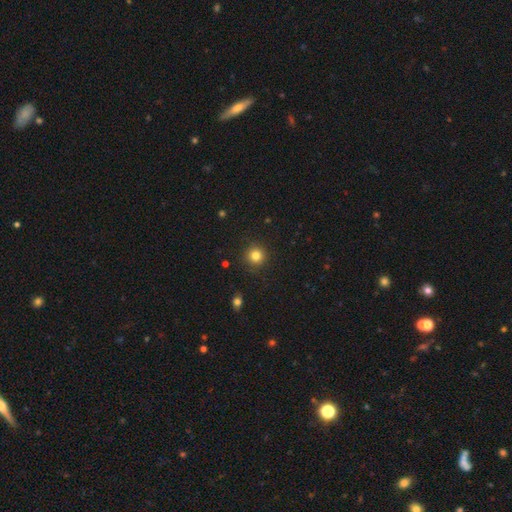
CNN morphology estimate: This is clearly a smooth galaxy (82%). How rounded: clearly round (94%). Merging: clearly none (91%).